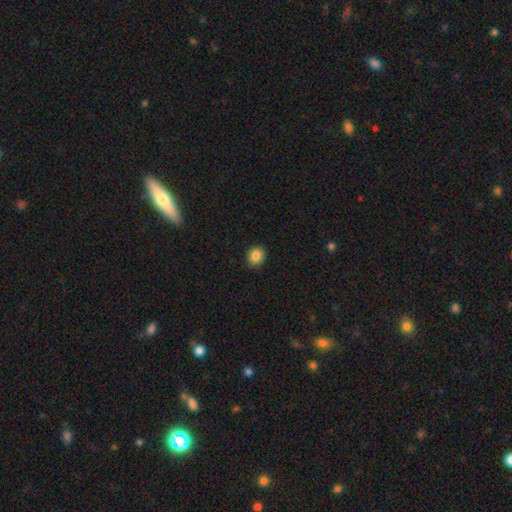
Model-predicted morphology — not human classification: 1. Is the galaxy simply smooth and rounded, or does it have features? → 85% smooth, 10% star or artifact, 5% featured or disk.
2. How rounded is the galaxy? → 62% round, 37% in between, 1% cigar-shaped.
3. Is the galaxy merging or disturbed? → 89% none, 8% minor disturbance, 2% major disturbance, 1% merger.